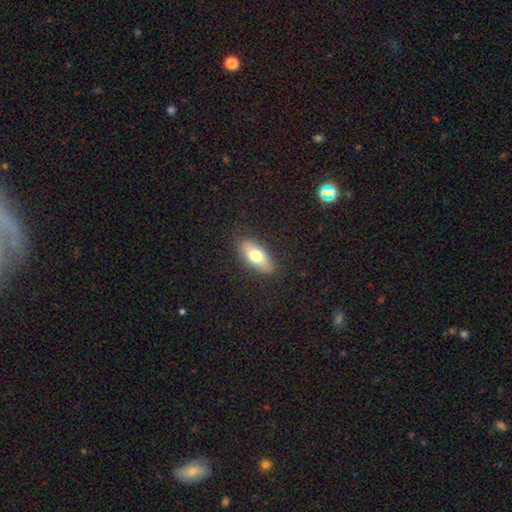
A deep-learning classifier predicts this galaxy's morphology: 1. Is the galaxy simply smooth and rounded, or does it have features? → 70% smooth, 23% featured or disk, 7% star or artifact.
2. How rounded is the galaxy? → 84% in between, 13% cigar-shaped, 4% round.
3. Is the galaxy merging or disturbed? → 85% none, 11% minor disturbance, 3% major disturbance, 1% merger.